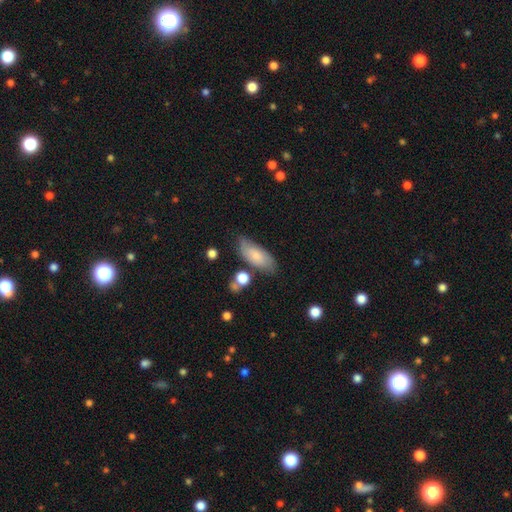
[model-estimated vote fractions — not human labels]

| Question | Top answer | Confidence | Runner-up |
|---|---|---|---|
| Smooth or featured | smooth | 72% | featured or disk (22%) |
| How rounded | in between | 83% | cigar-shaped (14%) |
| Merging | none | 68% | minor disturbance (21%) |